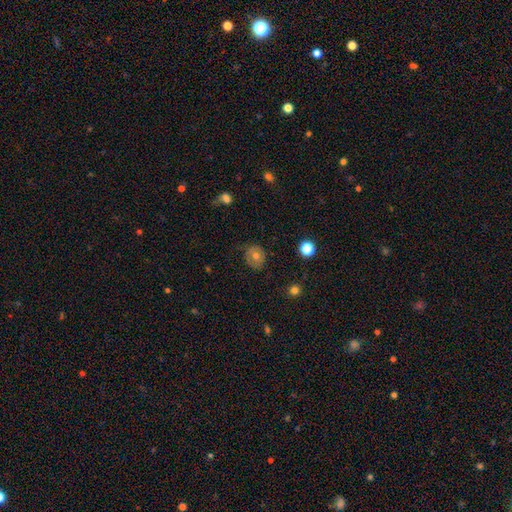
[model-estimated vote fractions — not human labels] Smooth or featured?
  - smooth: 53% *
  - featured or disk: 34%
  - star or artifact: 13%
How rounded?
  - round: 78% *
  - in between: 21%
  - cigar-shaped: 1%
Merging?
  - none: 77% *
  - minor disturbance: 17%
  - major disturbance: 5%
  - merger: 1%